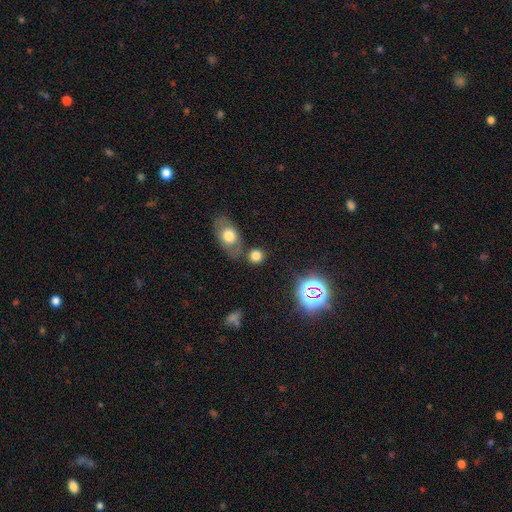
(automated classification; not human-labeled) A smooth galaxy with no disk features (74%) that is round (76%). Merging: none (71%).